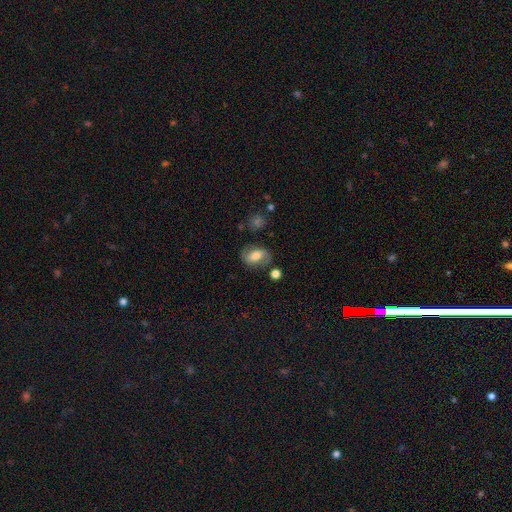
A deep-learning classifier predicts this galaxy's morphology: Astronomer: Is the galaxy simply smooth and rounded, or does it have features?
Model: smooth — 48% (runner-up: featured or disk, 43%).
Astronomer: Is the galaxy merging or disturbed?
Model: none — 70%.